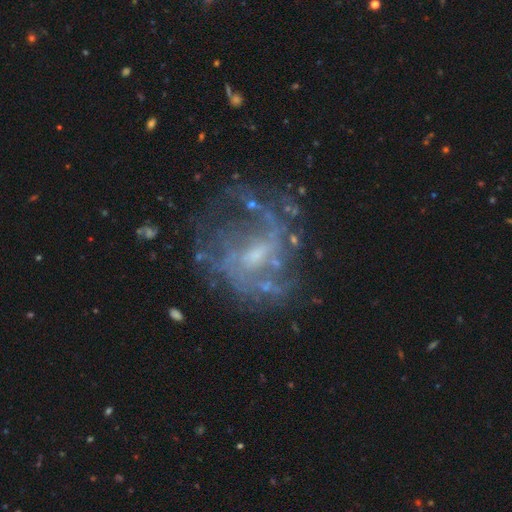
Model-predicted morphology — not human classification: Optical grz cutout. It shows a featured or disk galaxy (79%) with a weak bar (50%), 2 (36%) medium (41%) spiral arms (78%) and a small central bulge (55%). Merging: none (55%).